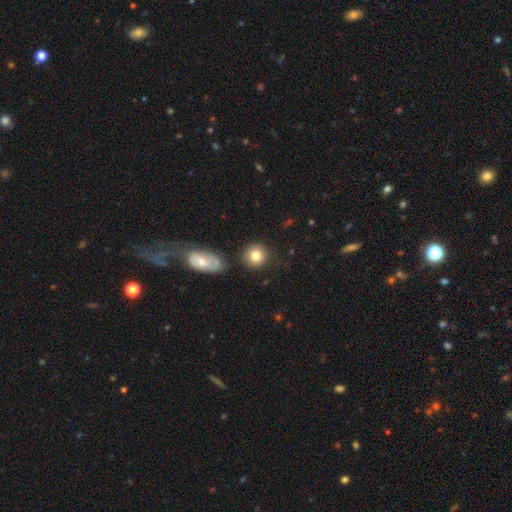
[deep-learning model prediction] smooth 82%, featured or disk 10%, star or artifact 8%. Down the decision tree: how rounded — round (87%); merging — none (77%).